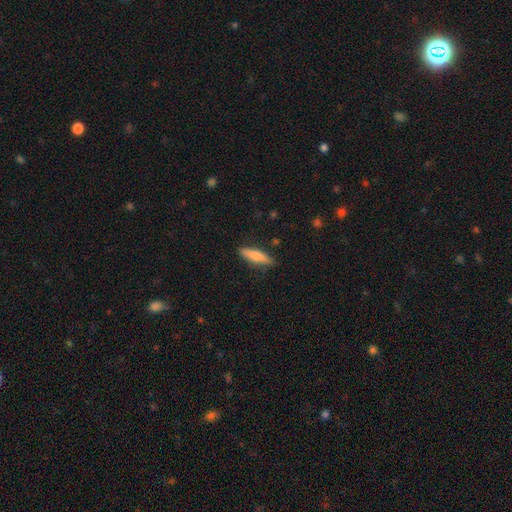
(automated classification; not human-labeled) Smooth or featured? Predicted: smooth (p=0.76). How rounded? Predicted: cigar-shaped (p=0.72). Merging? Predicted: none (p=0.85).